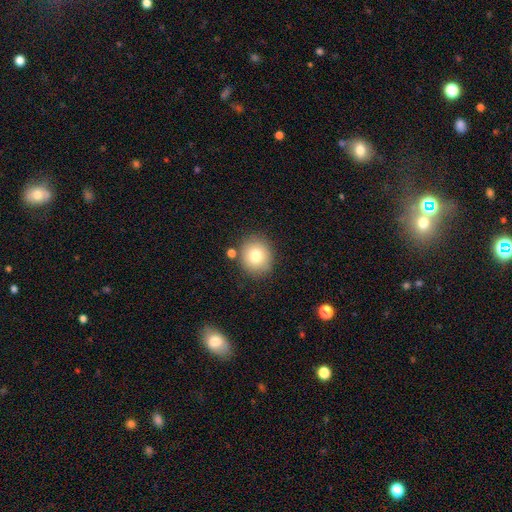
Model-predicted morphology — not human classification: This appears to be a smooth galaxy with no disk features (78%) that is round (81%). Merging: none (80%).